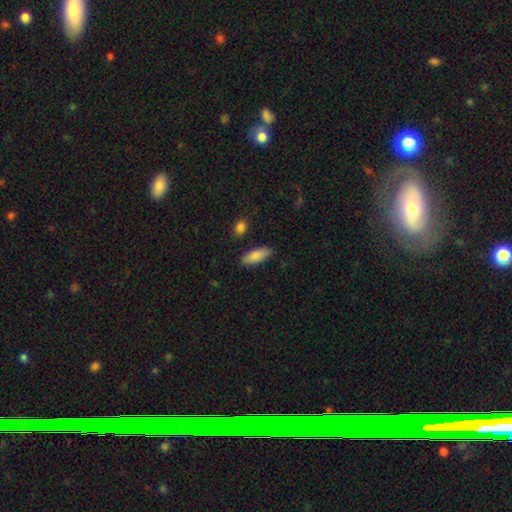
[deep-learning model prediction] A smooth galaxy with no disk features (86%) that is in between round and cigar-shaped (75%). Merging: none (87%).